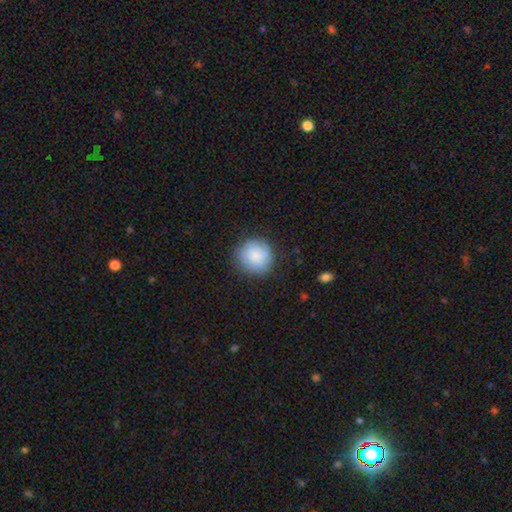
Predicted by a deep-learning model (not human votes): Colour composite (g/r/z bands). It shows a smooth galaxy with no disk features (86%) that is round (92%). Merging: none (83%).